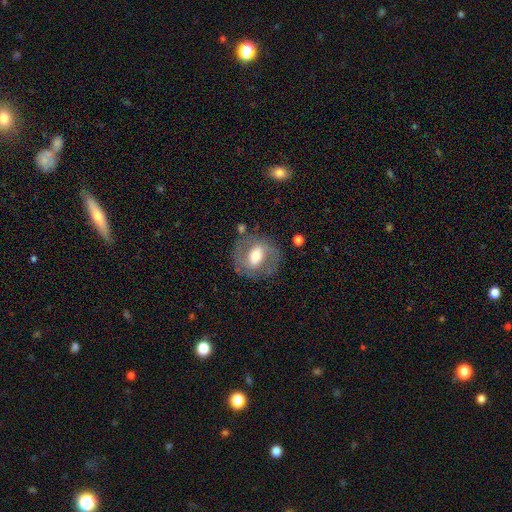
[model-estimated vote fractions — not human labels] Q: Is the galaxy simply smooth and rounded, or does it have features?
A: featured or disk — 56%.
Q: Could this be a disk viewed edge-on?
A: no — 94%.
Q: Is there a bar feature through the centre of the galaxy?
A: weak — 42%.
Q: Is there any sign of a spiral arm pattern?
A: yes — 52%.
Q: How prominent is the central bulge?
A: moderate — 65%.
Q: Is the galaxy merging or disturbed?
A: none — 74%.